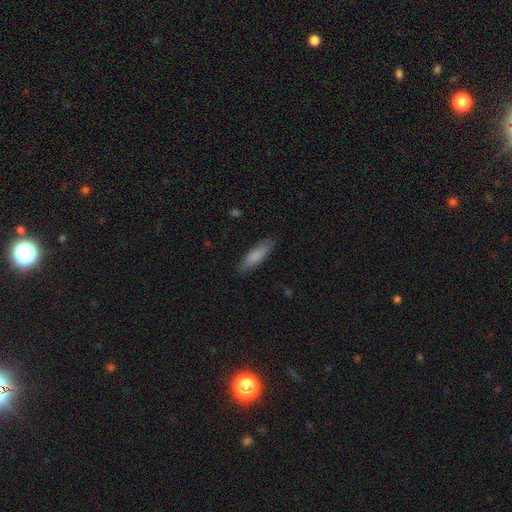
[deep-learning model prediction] Smooth or featured? Predicted: smooth (p=0.84). How rounded? Predicted: cigar-shaped (p=0.55). Merging? Predicted: none (p=0.86).